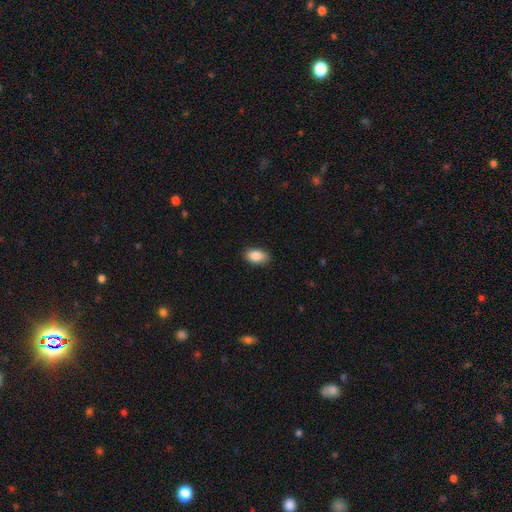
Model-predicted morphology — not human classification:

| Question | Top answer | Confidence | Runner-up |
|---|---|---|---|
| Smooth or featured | smooth | 88% | star or artifact (7%) |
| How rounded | in between | 92% | round (6%) |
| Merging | none | 87% | minor disturbance (10%) |